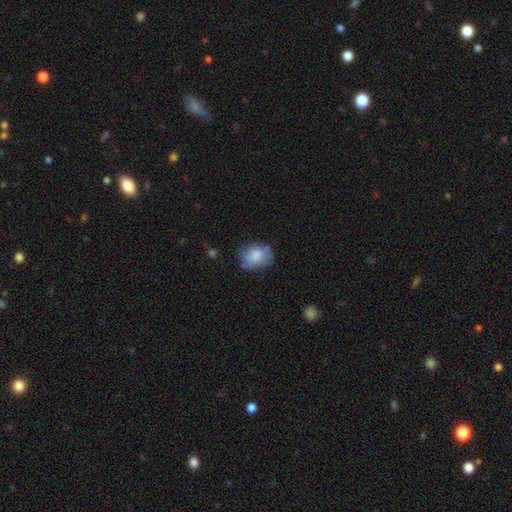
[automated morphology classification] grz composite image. It shows a smooth galaxy with no disk features (76%) that is in between round and cigar-shaped (65%). Merging: none (53%).